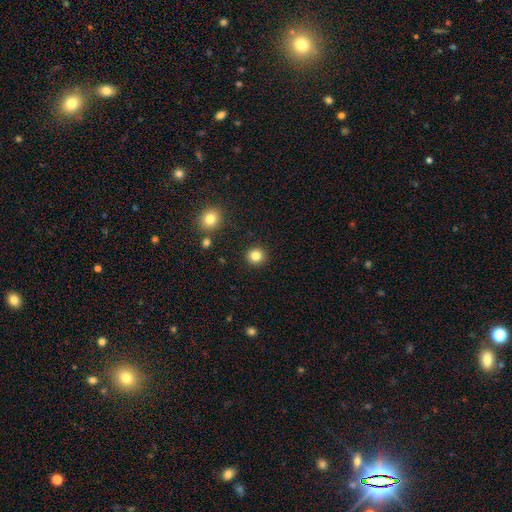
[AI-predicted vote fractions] Smooth or featured?
  - smooth: 84% *
  - star or artifact: 11%
  - featured or disk: 5%
How rounded?
  - round: 92% *
  - in between: 7%
  - cigar-shaped: 1%
Merging?
  - none: 91% *
  - minor disturbance: 5%
  - major disturbance: 2%
  - merger: 2%